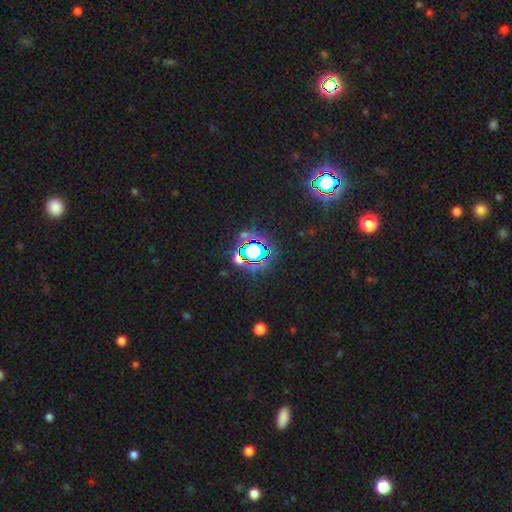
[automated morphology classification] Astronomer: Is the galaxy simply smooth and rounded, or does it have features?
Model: star or artifact — 69%.